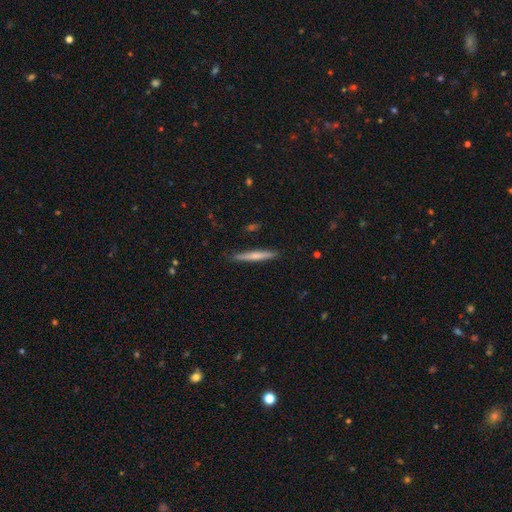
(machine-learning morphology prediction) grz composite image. It shows a smooth galaxy with no disk features (60%) that is cigar-shaped (95%). Merging: none (88%).